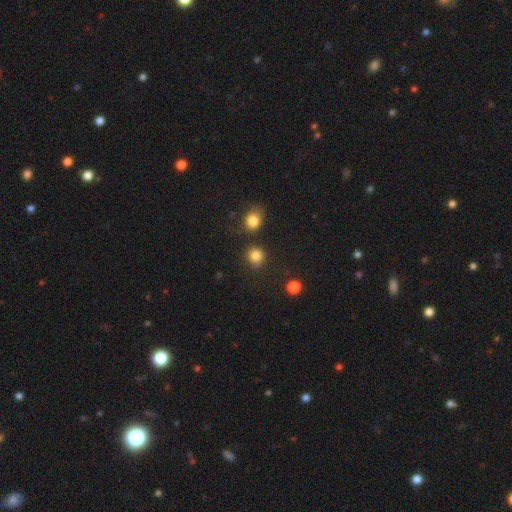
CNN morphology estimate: Q: Smooth or featured?
A: smooth (83%); runner-up: star or artifact (13%)
Q: How rounded?
A: round (86%); runner-up: in between (13%)
Q: Merging?
A: none (72%); runner-up: minor disturbance (14%)